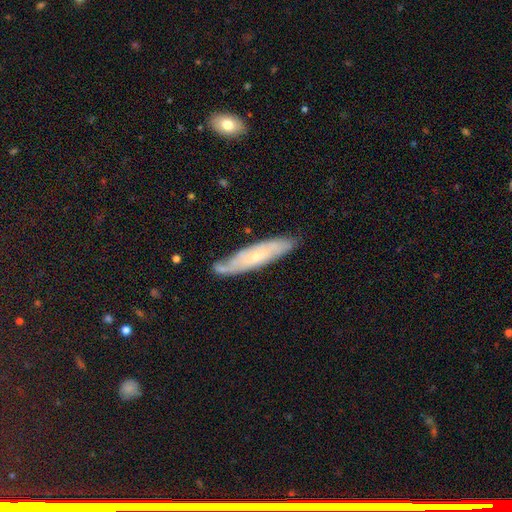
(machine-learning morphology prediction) Smooth or featured?
  - featured or disk: 56% *
  - smooth: 37%
  - star or artifact: 7%
Edge-on disk?
  - no: 58% *
  - yes: 42%
Merging?
  - none: 72% *
  - minor disturbance: 19%
  - merger: 4%
  - major disturbance: 4%